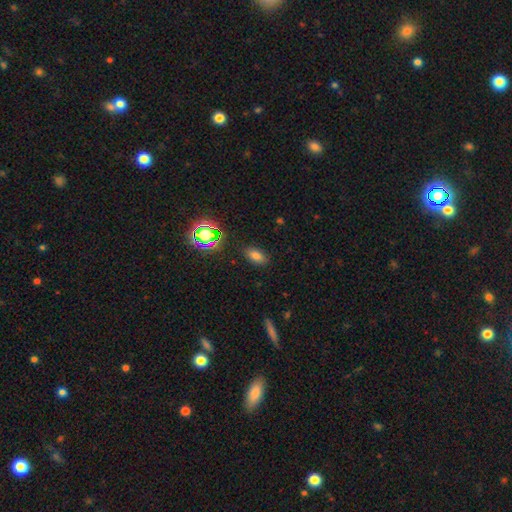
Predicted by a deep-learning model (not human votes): Morphology: type=smooth (76%); roundness=in between (87%); merging=none (85%).